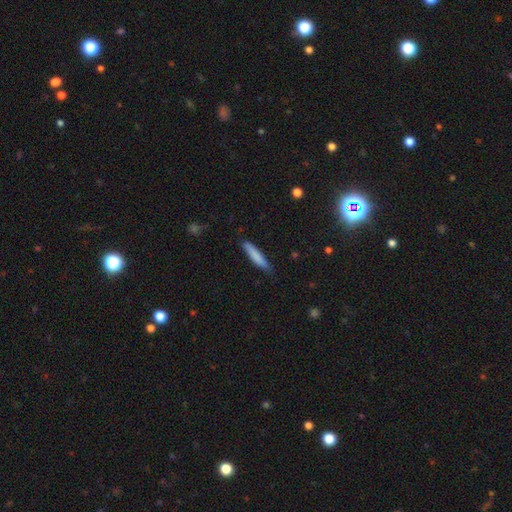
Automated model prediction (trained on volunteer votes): The model was most divided on "merging": none: 81%, minor disturbance: 16%, major disturbance: 2%, merger: 1%. More confident: how rounded — cigar-shaped (90%); smooth or featured — smooth (81%).